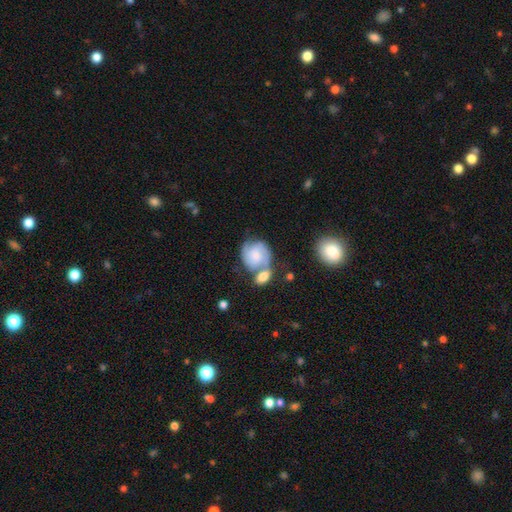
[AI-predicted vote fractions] Smooth or featured? Predicted: featured or disk (p=0.61). Edge-on disk? Predicted: no (p=0.97). Bar? Predicted: no (p=0.69). Spiral arms? Predicted: yes (p=0.90). Spiral winding? Predicted: medium (p=0.43). Spiral arm count? Predicted: 2 (p=0.46). Bulge size? Predicted: small (p=0.45). Merging? Predicted: none (p=0.38, tied with merger).